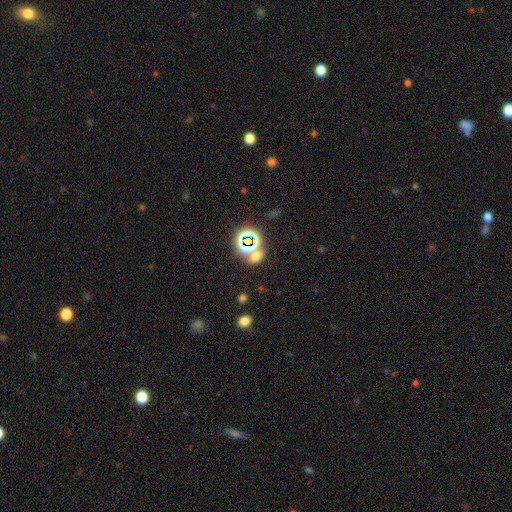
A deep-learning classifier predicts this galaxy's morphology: smooth_or_featured: star or artifact (p=0.47) [alt: smooth p=0.43]